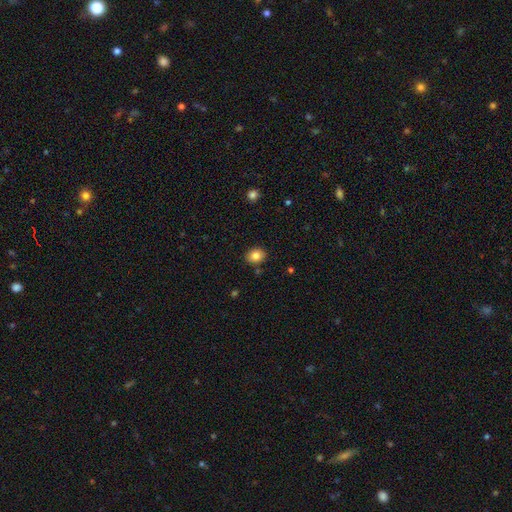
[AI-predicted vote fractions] Overall: smooth (84%). How rounded: round (52%; in between 47%). Merging: none (86%).